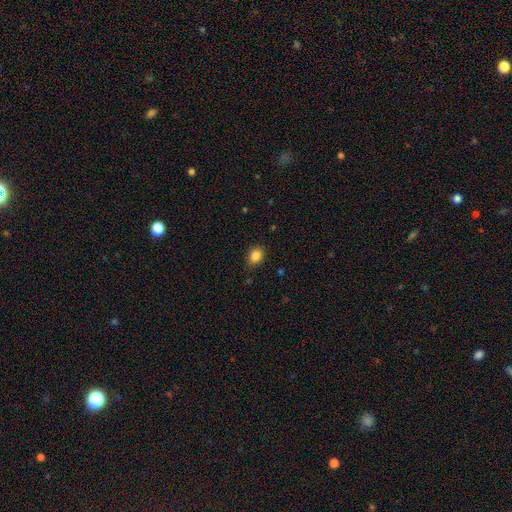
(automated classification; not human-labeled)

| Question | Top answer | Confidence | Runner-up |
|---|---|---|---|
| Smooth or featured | smooth | 85% | star or artifact (10%) |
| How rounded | round | 52% | in between (47%) |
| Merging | none | 84% | minor disturbance (12%) |